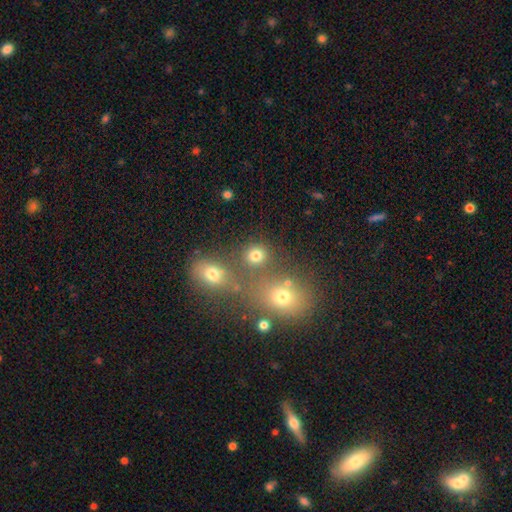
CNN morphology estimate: smooth_or_featured: smooth (p=0.77) [alt: star or artifact p=0.17]
how_rounded: round (p=0.81) [alt: in between p=0.18]
merging: none (p=0.66) [alt: merger p=0.21]